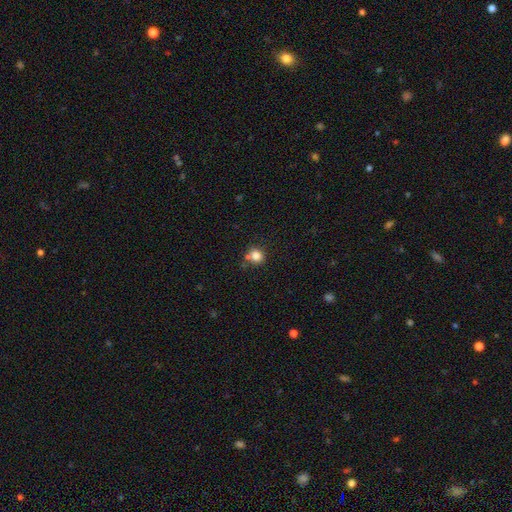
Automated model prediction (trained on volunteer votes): Overall: smooth (81%). How rounded: round (77%). Merging: none (65%).